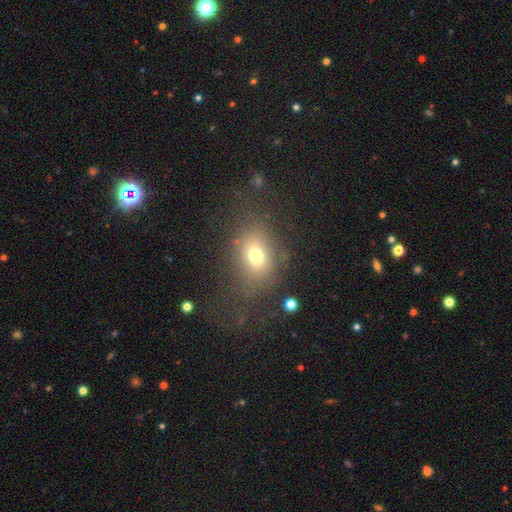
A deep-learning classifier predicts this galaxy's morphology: Smooth or featured? smooth (71%)
How rounded? in between (60%)
Merging? none (68%)